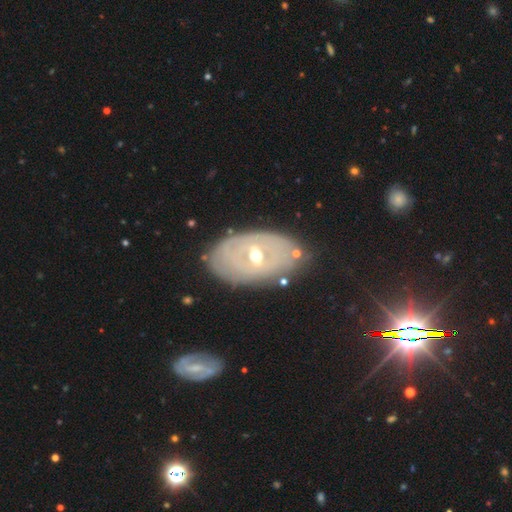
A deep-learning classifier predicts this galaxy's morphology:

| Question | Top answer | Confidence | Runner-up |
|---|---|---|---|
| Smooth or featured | featured or disk | 74% | smooth (16%) |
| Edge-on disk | no | 91% | yes (9%) |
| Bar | weak | 47% | no (32%) |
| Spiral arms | yes | 62% | no (38%) |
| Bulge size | moderate | 59% | small (37%) |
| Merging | none | 77% | minor disturbance (16%) |